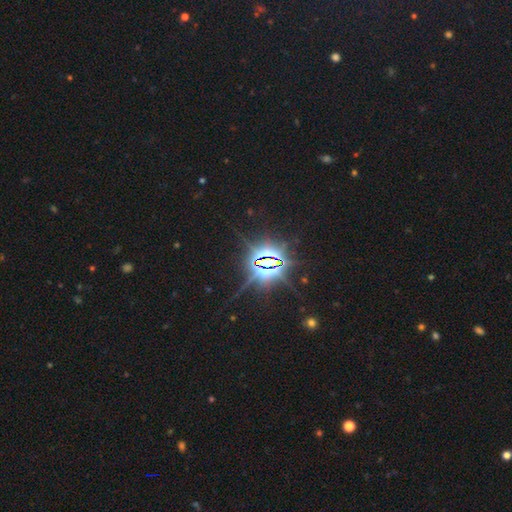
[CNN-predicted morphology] smooth-or-featured: star or artifact: 85% | featured or disk: 9% | smooth: 7%